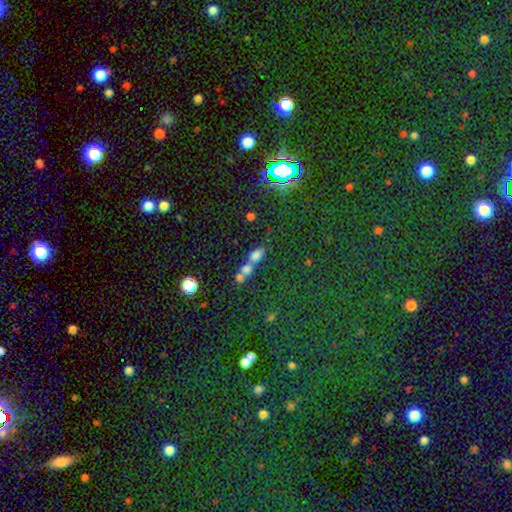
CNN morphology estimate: This appears to be a smooth galaxy with no disk features (63%) that is in between round and cigar-shaped (60%). Merging: merger (60%).